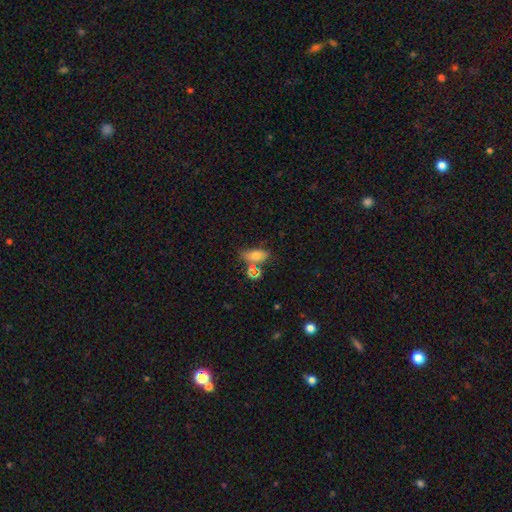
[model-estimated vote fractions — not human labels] This is likely a smooth galaxy (74%). How rounded: clearly in between (81%). Merging: likely none (61%).